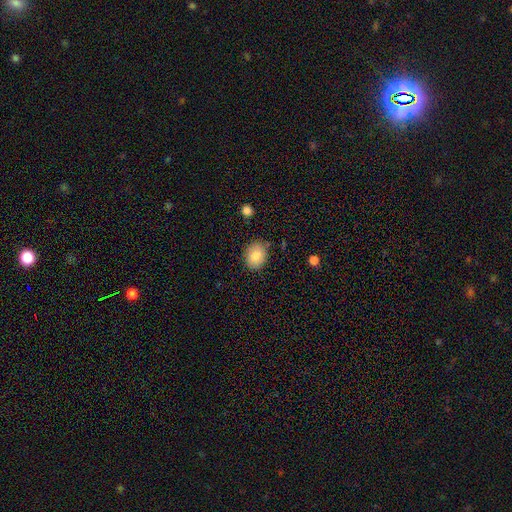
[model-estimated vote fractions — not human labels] Smooth or featured: smooth — 80% (featured or disk — 12%)
How rounded: round — 53% (in between — 46%)
Merging: none — 82% (minor disturbance — 13%)